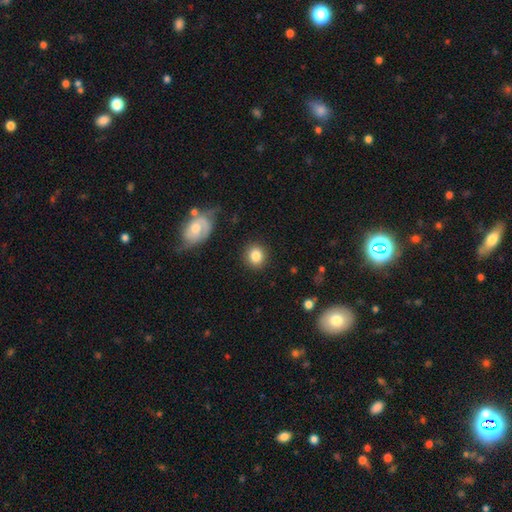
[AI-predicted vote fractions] smooth_or_featured: smooth (p=0.84) [alt: star or artifact p=0.08]
how_rounded: round (p=0.84) [alt: in between p=0.15]
merging: none (p=0.89) [alt: minor disturbance p=0.07]